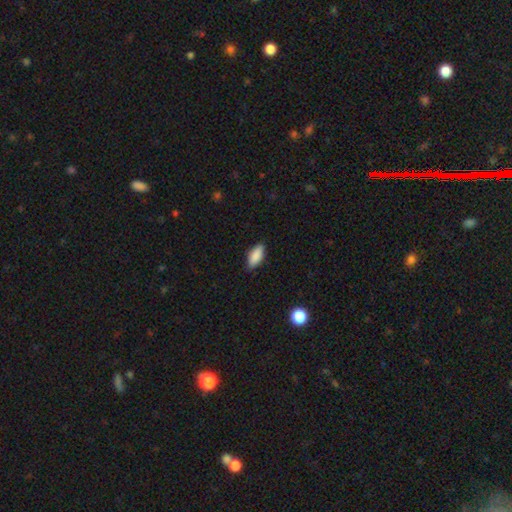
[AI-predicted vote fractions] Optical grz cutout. It shows a smooth galaxy with no disk features (87%) that is in between round and cigar-shaped (81%). Merging: none (86%).